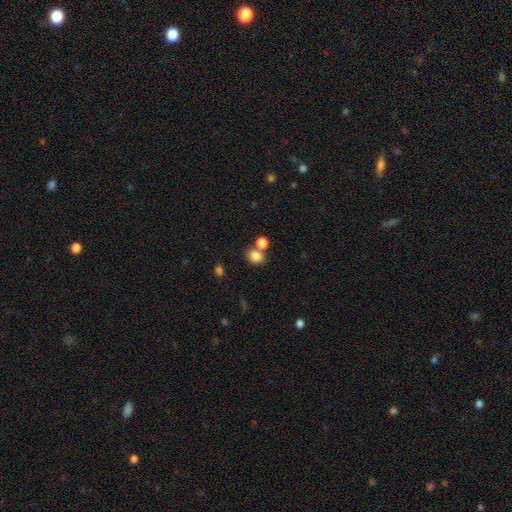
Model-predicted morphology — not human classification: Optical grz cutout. It shows a smooth galaxy with no disk features (82%) that is round (50%). Merging: none (56%).